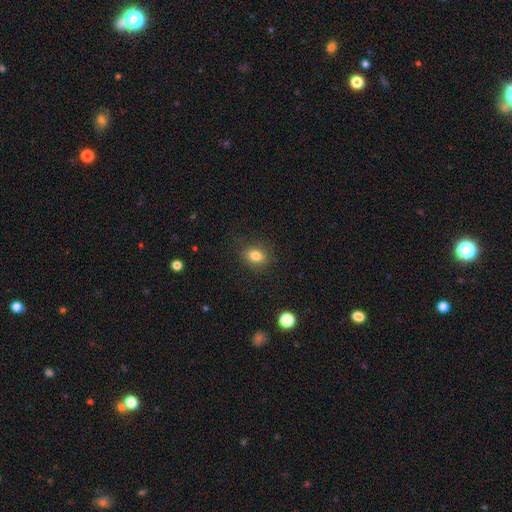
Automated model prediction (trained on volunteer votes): A smooth galaxy with no disk features (81%) that is in between round and cigar-shaped (58%). Merging: none (83%).